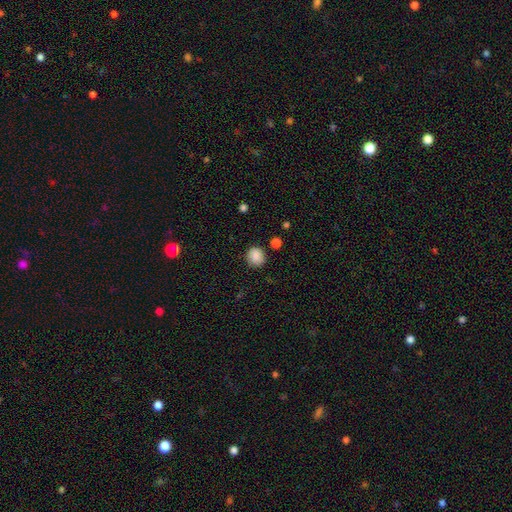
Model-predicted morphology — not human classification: Smooth or featured? Predicted: smooth (p=0.87). How rounded? Predicted: round (p=0.87). Merging? Predicted: none (p=0.84).